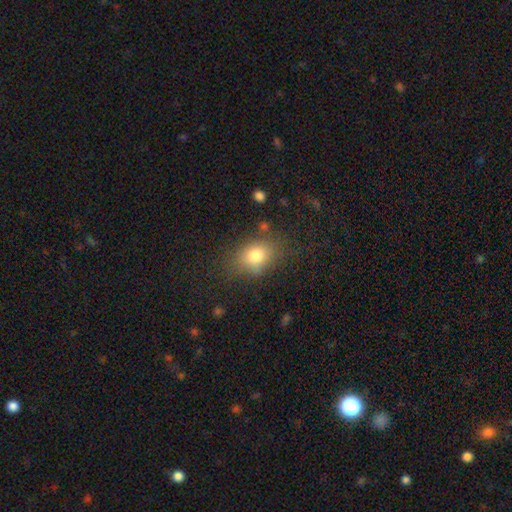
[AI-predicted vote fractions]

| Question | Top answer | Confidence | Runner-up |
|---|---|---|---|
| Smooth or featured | smooth | 78% | star or artifact (11%) |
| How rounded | in between | 62% | round (36%) |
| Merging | none | 72% | minor disturbance (18%) |